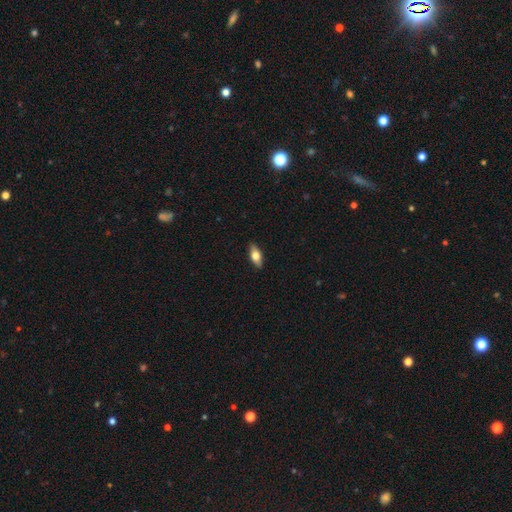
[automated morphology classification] Smooth or featured?
  - smooth: 60% *
  - featured or disk: 33%
  - star or artifact: 6%
How rounded?
  - in between: 78% *
  - cigar-shaped: 18%
  - round: 4%
Merging?
  - none: 89% *
  - minor disturbance: 9%
  - major disturbance: 2%
  - merger: 1%